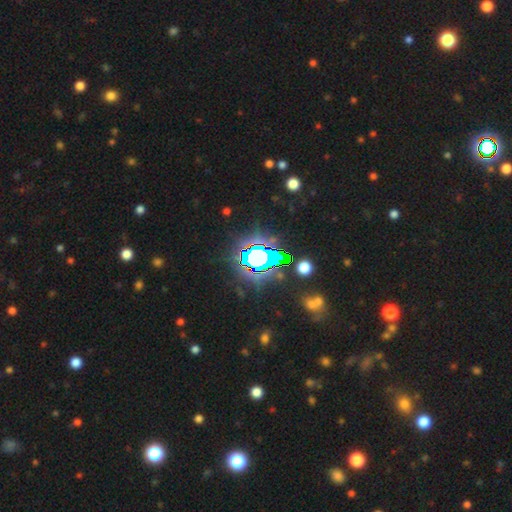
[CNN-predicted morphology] Smooth or featured? Predicted: star or artifact (p=0.81).